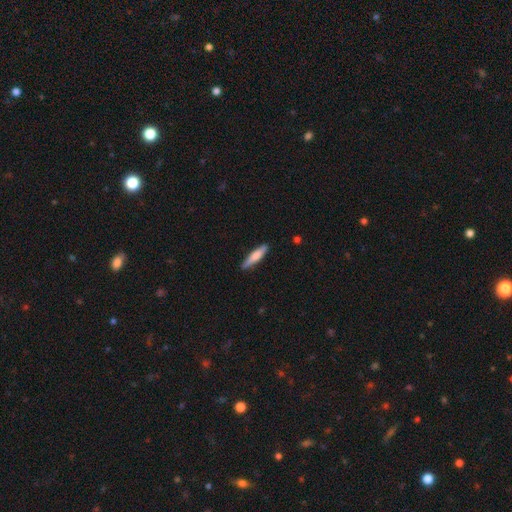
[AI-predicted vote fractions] This is likely a smooth galaxy (66%). How rounded: clearly cigar-shaped (85%). Merging: clearly none (86%).